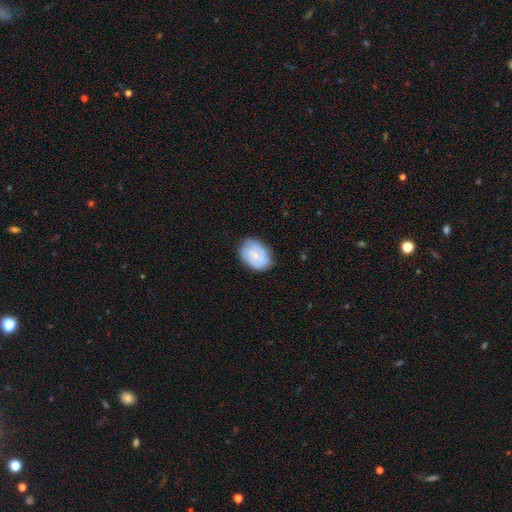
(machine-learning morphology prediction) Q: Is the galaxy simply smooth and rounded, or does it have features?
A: smooth — 56%.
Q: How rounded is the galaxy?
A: in between — 75%.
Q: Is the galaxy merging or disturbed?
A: none — 74%.